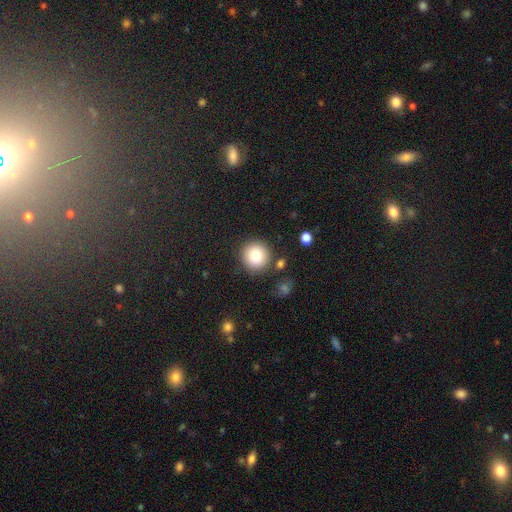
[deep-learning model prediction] Smooth or featured: smooth — 83% (star or artifact — 10%)
How rounded: round — 94% (in between — 6%)
Merging: none — 86% (minor disturbance — 8%)